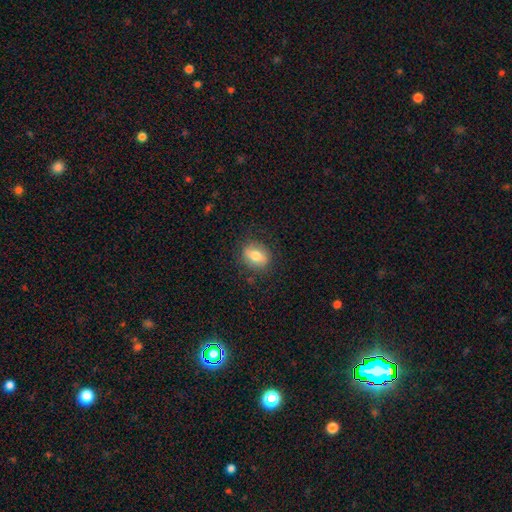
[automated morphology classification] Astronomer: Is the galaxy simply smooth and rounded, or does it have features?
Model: smooth — 71%.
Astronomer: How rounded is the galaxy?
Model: in between — 55% (runner-up: round, 44%).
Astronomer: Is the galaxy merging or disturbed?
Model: none — 83%.